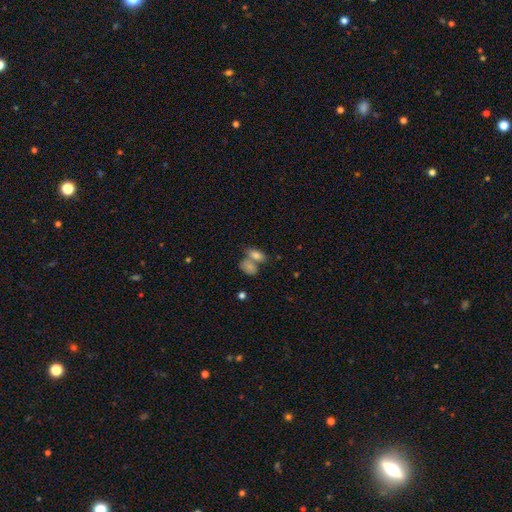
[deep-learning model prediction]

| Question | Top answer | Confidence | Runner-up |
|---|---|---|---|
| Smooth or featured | smooth | 79% | featured or disk (12%) |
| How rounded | in between | 86% | round (9%) |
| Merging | merger | 52% | none (34%) |